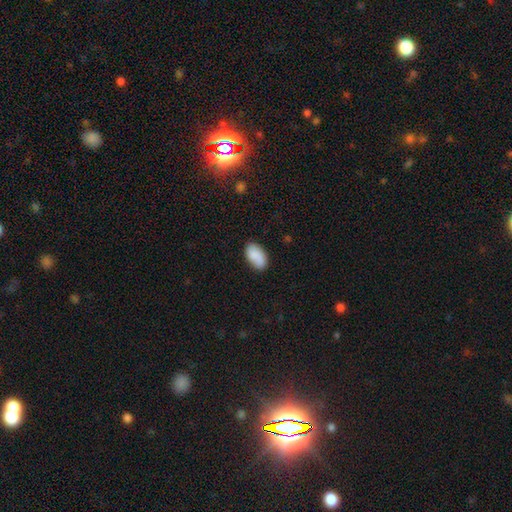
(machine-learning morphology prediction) Smooth or featured?
  - smooth: 86% *
  - featured or disk: 8%
  - star or artifact: 6%
How rounded?
  - in between: 94% *
  - round: 4%
  - cigar-shaped: 2%
Merging?
  - none: 76% *
  - minor disturbance: 18%
  - major disturbance: 4%
  - merger: 2%